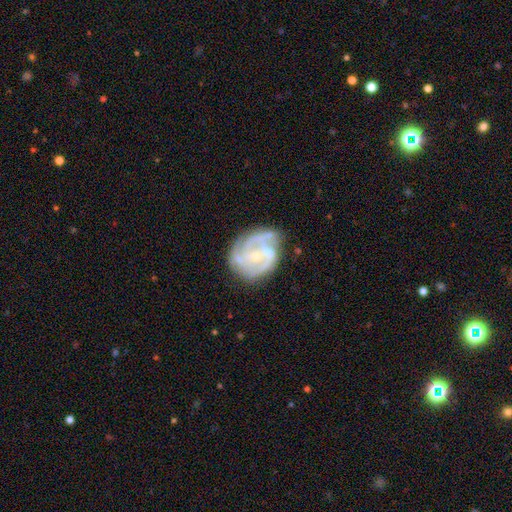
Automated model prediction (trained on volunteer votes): Smooth or featured?
  - featured or disk: 82% *
  - smooth: 11%
  - star or artifact: 7%
Edge-on disk?
  - no: 98% *
  - yes: 2%
Bar?
  - no: 63% *
  - weak: 31%
  - strong: 7%
Spiral arms?
  - yes: 87% *
  - no: 13%
Spiral winding?
  - tight: 49% *
  - medium: 39%
  - loose: 12%
Spiral arm count?
  - 3: 35% *
  - can't tell: 25%
  - 2: 21%
  - 4: 10%
  - 1: 5%
  - more than 4: 5%
Bulge size?
  - small: 63% *
  - moderate: 29%
  - none: 5%
  - large: 1%
  - dominant: 1%
Merging?
  - none: 57% *
  - minor disturbance: 22%
  - major disturbance: 13%
  - merger: 8%